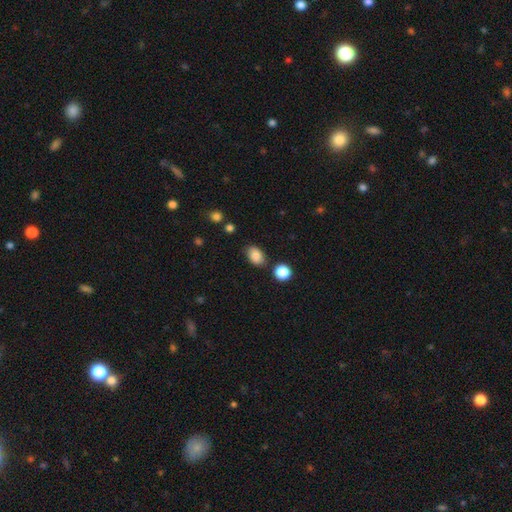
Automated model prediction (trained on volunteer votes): Morphology: type=smooth (86%); roundness=in between (83%); merging=none (80%).